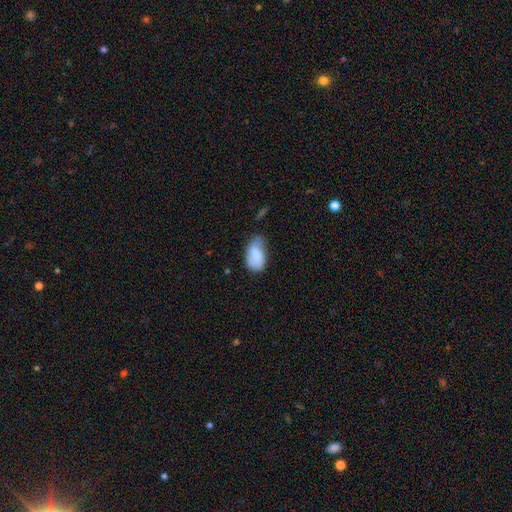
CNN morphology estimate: Smooth or featured: smooth — 81% (featured or disk — 12%)
How rounded: in between — 93% (round — 5%)
Merging: minor disturbance — 41% (none — 40%)